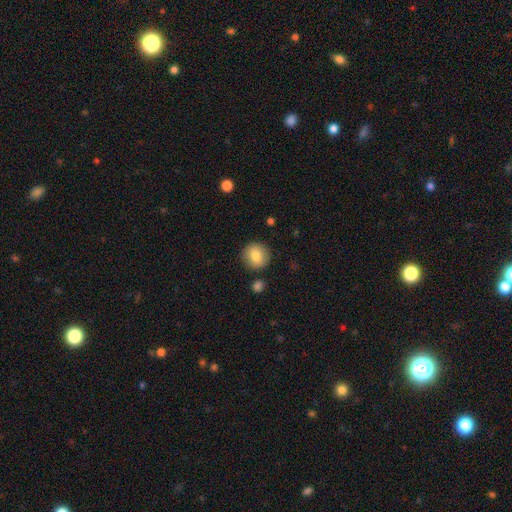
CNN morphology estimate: This is clearly a smooth galaxy (82%). How rounded: clearly round (91%). Merging: clearly none (87%).